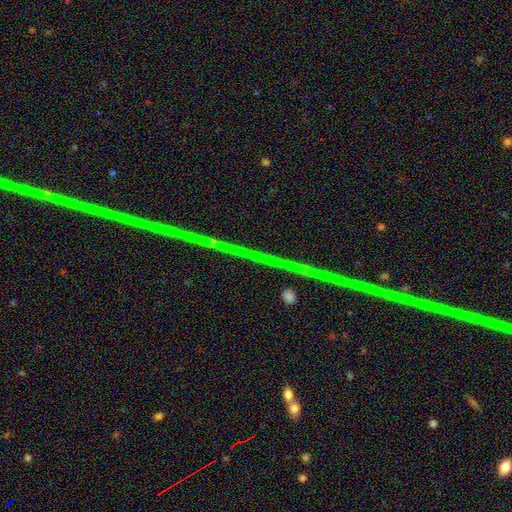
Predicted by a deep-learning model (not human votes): Smooth or featured?
  - star or artifact: 74% *
  - featured or disk: 18%
  - smooth: 8%